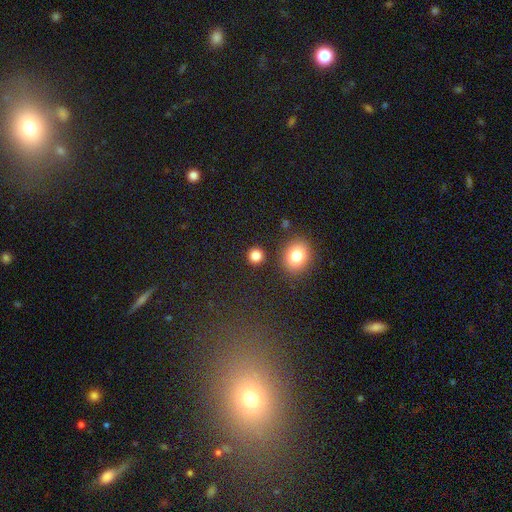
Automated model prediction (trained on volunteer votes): Q: Smooth or featured?
A: smooth (83%); runner-up: star or artifact (12%)
Q: How rounded?
A: round (87%); runner-up: in between (12%)
Q: Merging?
A: none (86%); runner-up: minor disturbance (7%)